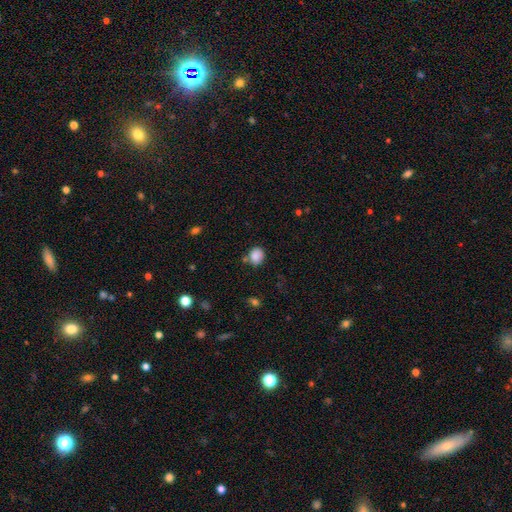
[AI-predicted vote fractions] This appears to be a smooth galaxy with no disk features (86%) that is round (66%). Merging: none (67%).